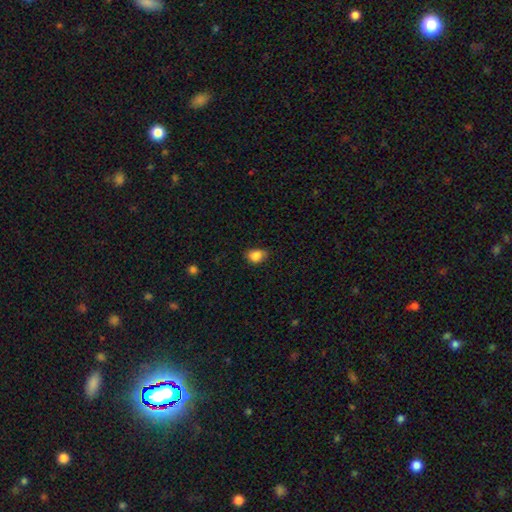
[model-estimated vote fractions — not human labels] smooth_or_featured: smooth (p=0.86) [alt: star or artifact p=0.09]
how_rounded: in between (p=0.63) [alt: round p=0.36]
merging: none (p=0.64) [alt: minor disturbance p=0.29]